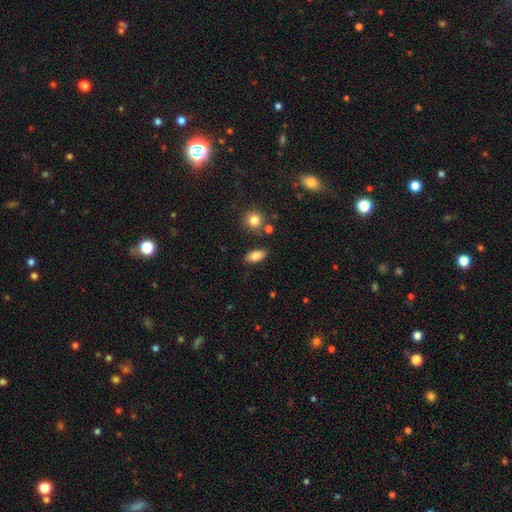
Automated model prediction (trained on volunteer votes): smooth_or_featured: smooth (p=0.82) [alt: featured or disk p=0.09]
how_rounded: in between (p=0.87) [alt: cigar-shaped p=0.07]
merging: none (p=0.83) [alt: minor disturbance p=0.10]